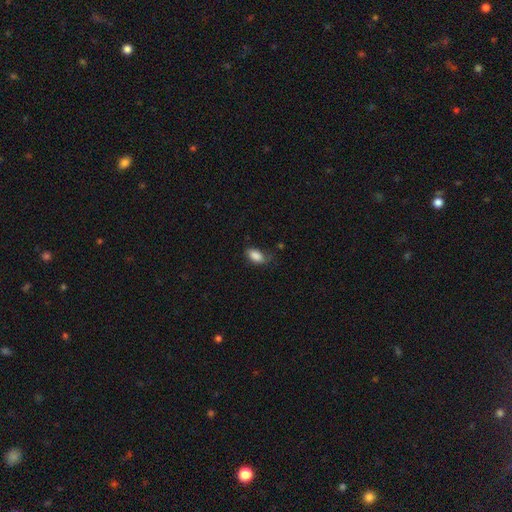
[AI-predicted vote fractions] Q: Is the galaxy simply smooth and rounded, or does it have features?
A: smooth — 86%.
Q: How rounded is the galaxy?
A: in between — 92%.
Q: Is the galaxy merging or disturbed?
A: none — 61%.